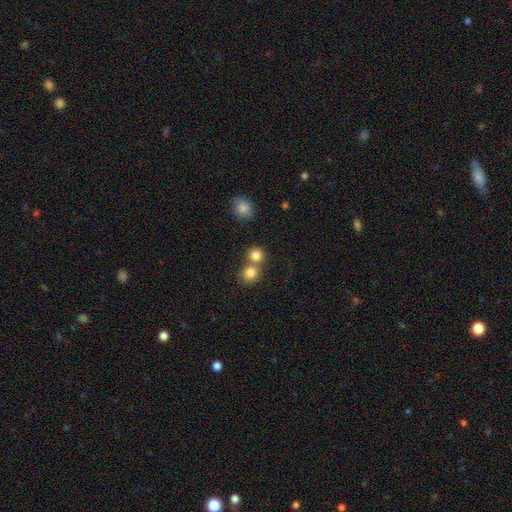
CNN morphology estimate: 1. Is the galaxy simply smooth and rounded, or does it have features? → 82% smooth, 11% star or artifact, 6% featured or disk.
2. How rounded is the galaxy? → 87% round, 12% in between, 1% cigar-shaped.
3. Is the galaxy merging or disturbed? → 51% none, 41% merger, 5% minor disturbance, 2% major disturbance.